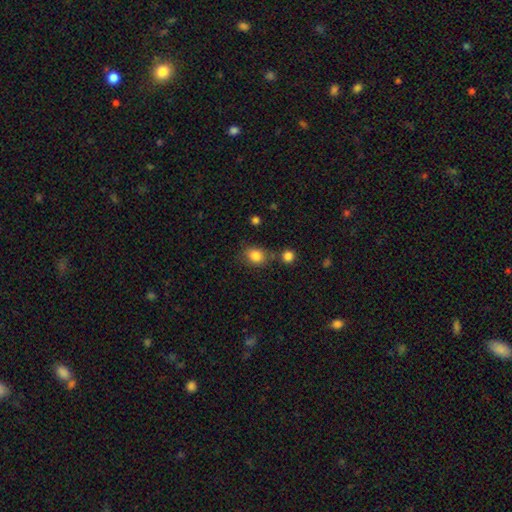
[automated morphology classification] smooth 84%, star or artifact 10%, featured or disk 6%. Down the decision tree: how rounded — in between (53%); merging — none (69%).